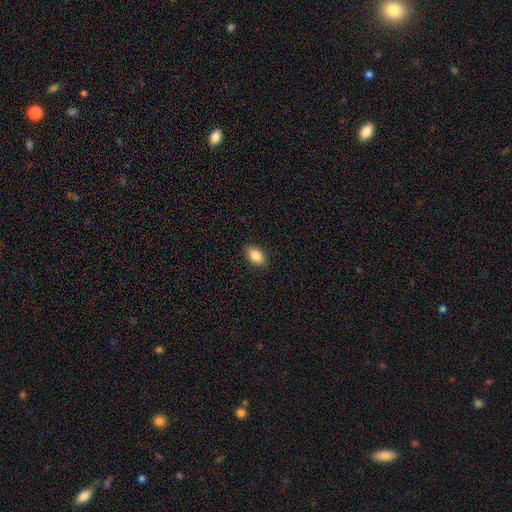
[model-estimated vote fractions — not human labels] The model was most divided on "smooth or featured": smooth: 87%, star or artifact: 8%, featured or disk: 6%. More confident: how rounded — in between (90%); merging — none (89%).